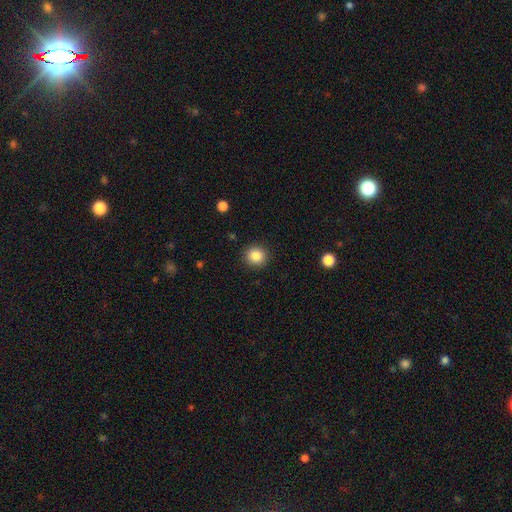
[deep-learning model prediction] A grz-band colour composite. It shows a smooth galaxy with no disk features (86%) that is round (92%). Merging: none (91%).